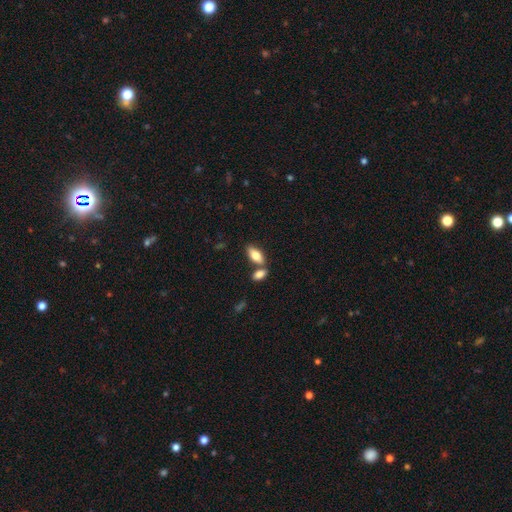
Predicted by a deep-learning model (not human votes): The model was most divided on "merging": none: 57%, merger: 30%, minor disturbance: 10%, major disturbance: 3%. More confident: how rounded — in between (88%); smooth or featured — smooth (79%).